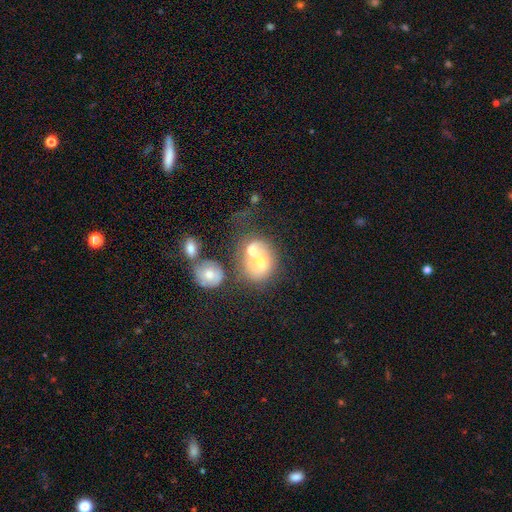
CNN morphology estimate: This is possibly a smooth galaxy (54%). How rounded: likely round (62%). Merging: likely merger (66%).